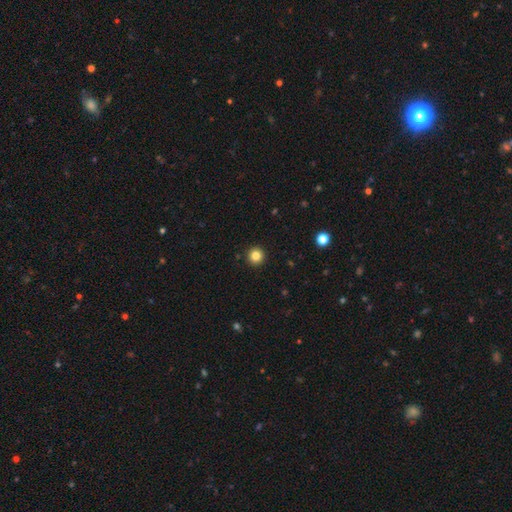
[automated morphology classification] smooth-or-featured: smooth: 84% | star or artifact: 11% | featured or disk: 5%
  how-rounded: round: 96% | in between: 3% | cigar-shaped: 1%
  merging: none: 93% | minor disturbance: 4% | major disturbance: 2% | merger: 1%